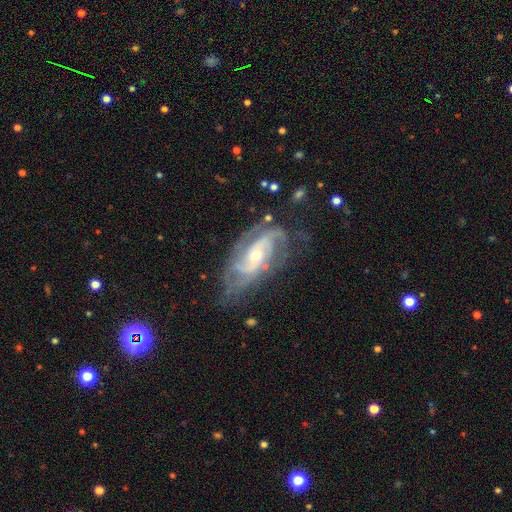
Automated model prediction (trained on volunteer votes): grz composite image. It shows a featured or disk galaxy (88%) with no bar (54%), 2 (46%) tight (44%) spiral arms (96%) and a small central bulge (56%). Merging: none (64%).